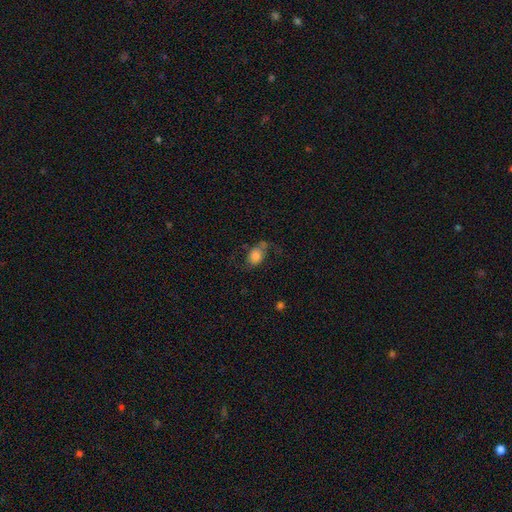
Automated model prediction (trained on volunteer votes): Morphology: type=smooth (67%); roundness=in between (76%); merging=none (45%).